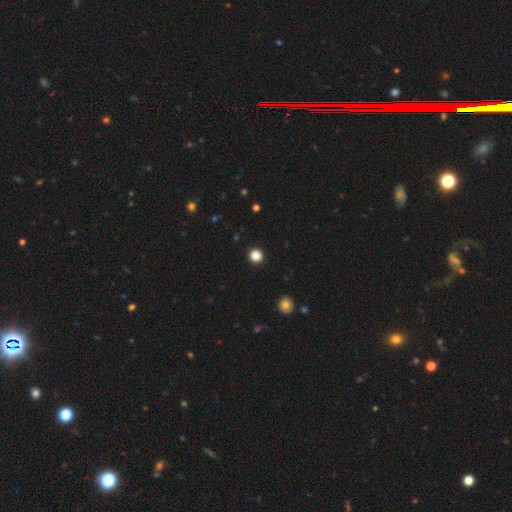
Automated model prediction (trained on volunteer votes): Smooth or featured? Predicted: smooth (p=0.86). How rounded? Predicted: round (p=0.90). Merging? Predicted: none (p=0.93).